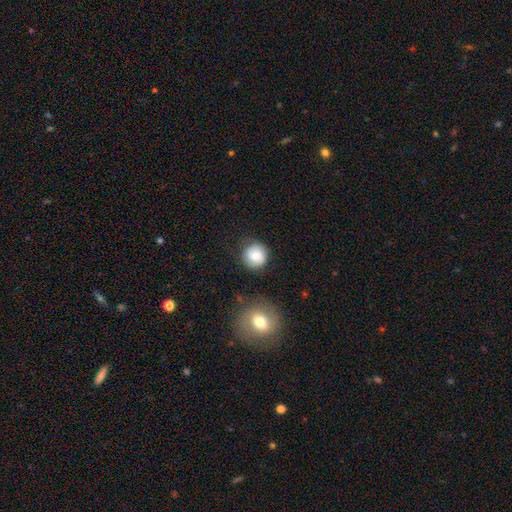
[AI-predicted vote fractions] The model was most divided on "smooth or featured": smooth: 74%, featured or disk: 17%, star or artifact: 8%. More confident: how rounded — round (92%); merging — none (80%).